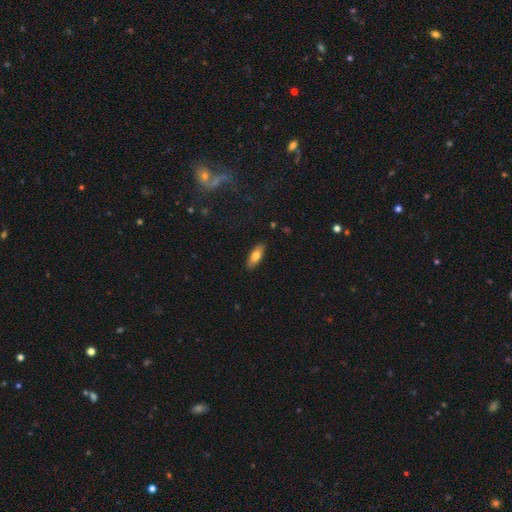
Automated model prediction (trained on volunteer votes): Q: Smooth or featured?
A: smooth (75%); runner-up: featured or disk (18%)
Q: How rounded?
A: in between (72%); runner-up: cigar-shaped (26%)
Q: Merging?
A: none (88%); runner-up: minor disturbance (9%)